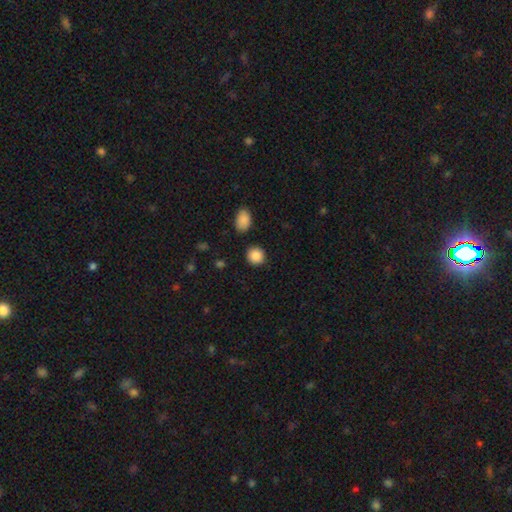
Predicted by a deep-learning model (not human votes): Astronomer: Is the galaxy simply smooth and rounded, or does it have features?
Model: smooth — 88%.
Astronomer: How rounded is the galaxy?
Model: round — 86%.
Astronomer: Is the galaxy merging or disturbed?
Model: none — 86%.